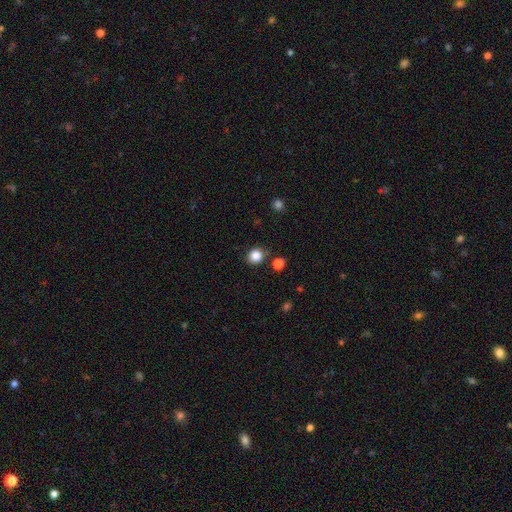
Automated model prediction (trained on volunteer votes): This is clearly a smooth galaxy (85%). How rounded: clearly round (85%). Merging: clearly none (81%).